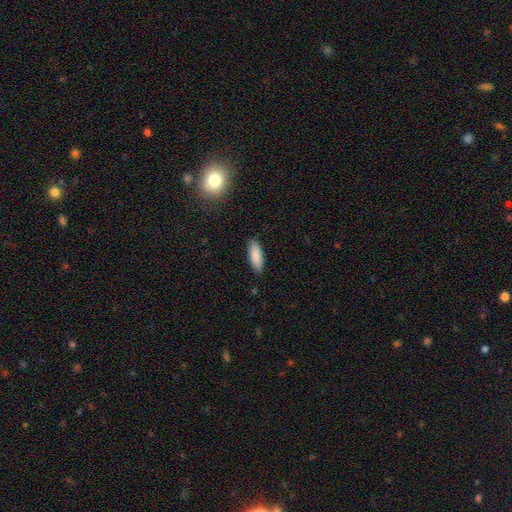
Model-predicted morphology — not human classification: smooth_or_featured: smooth (p=0.88) [alt: star or artifact p=0.06]
how_rounded: in between (p=0.64) [alt: cigar-shaped p=0.35]
merging: none (p=0.87) [alt: minor disturbance p=0.10]